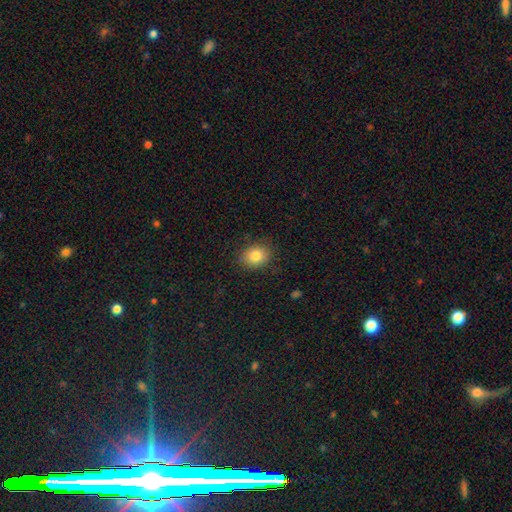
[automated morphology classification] A smooth galaxy with no disk features (82%) that is round (57%).

Vote fractions:
- Smooth or featured? smooth: 82% / star or artifact: 10% / featured or disk: 8%
- How rounded? round: 57% / in between: 42% / cigar-shaped: 1%
- Merging? none: 85% / minor disturbance: 11% / major disturbance: 3% / merger: 1%